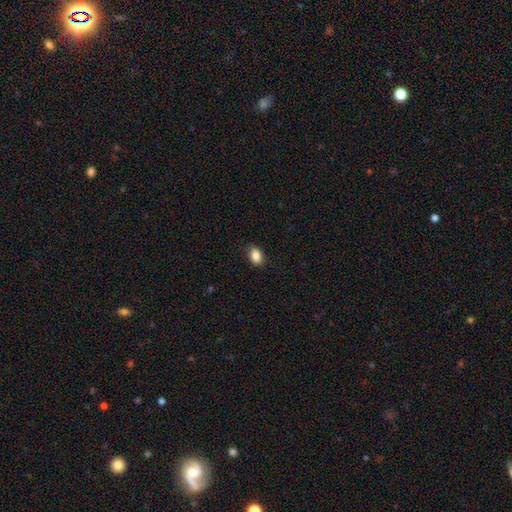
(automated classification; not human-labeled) Overall: smooth (87%). How rounded: in between (81%). Merging: none (86%).